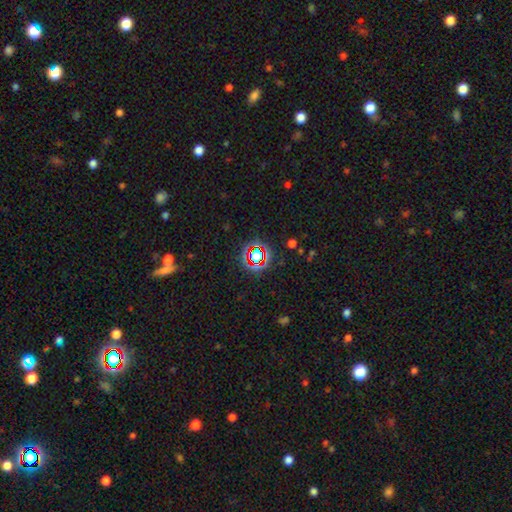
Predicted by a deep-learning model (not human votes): Overall: star or artifact (69%).